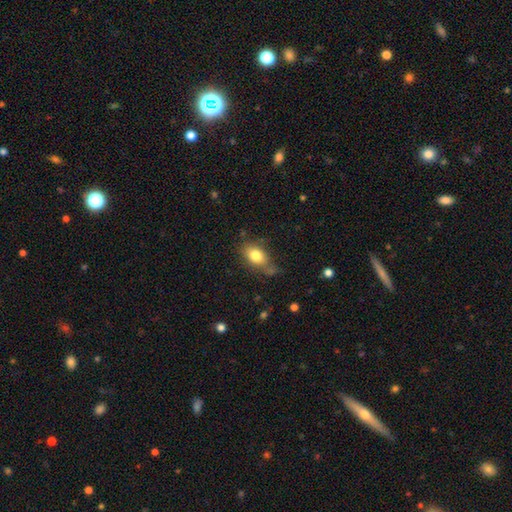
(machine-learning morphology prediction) Q: Smooth or featured?
A: smooth (80%); runner-up: featured or disk (12%)
Q: How rounded?
A: in between (82%); runner-up: round (16%)
Q: Merging?
A: none (63%); runner-up: minor disturbance (24%)